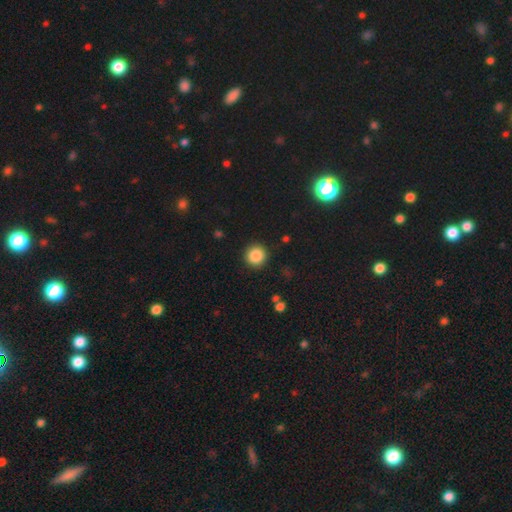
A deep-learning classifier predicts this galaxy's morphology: This appears to be a smooth galaxy with no disk features (87%) that is round (94%). Merging: none (91%).